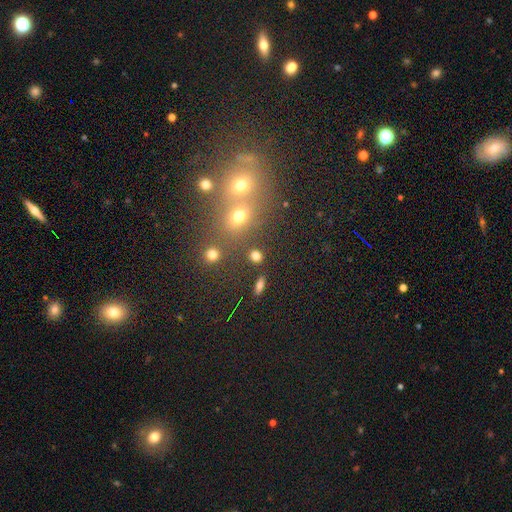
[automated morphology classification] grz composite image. It shows a smooth galaxy with no disk features (75%) that is round (56%). Merging: none (79%).